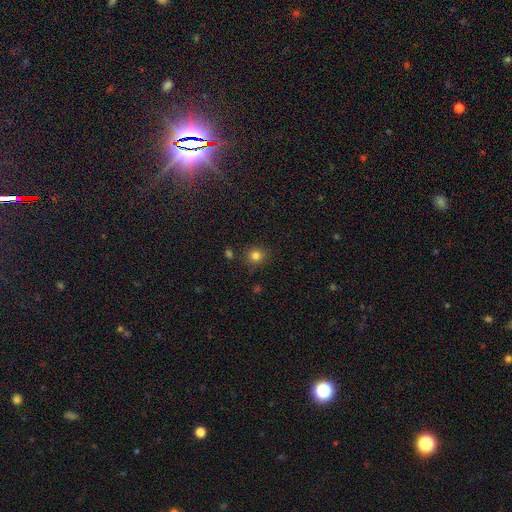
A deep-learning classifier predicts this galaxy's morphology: The model was most divided on "smooth or featured": smooth: 81%, star or artifact: 14%, featured or disk: 5%. More confident: how rounded — round (89%); merging — none (84%).